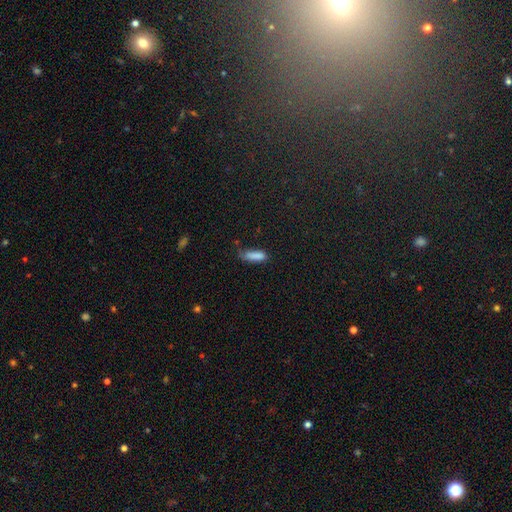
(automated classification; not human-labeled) Smooth or featured: smooth — 85% (star or artifact — 9%)
How rounded: cigar-shaped — 51% (in between — 47%)
Merging: none — 56% (minor disturbance — 32%)